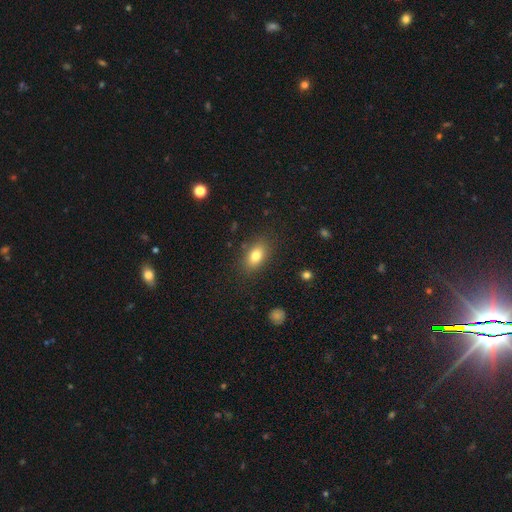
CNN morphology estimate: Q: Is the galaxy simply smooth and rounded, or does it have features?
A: smooth — 80%.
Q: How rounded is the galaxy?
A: in between — 85%.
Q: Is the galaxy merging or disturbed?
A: none — 84%.